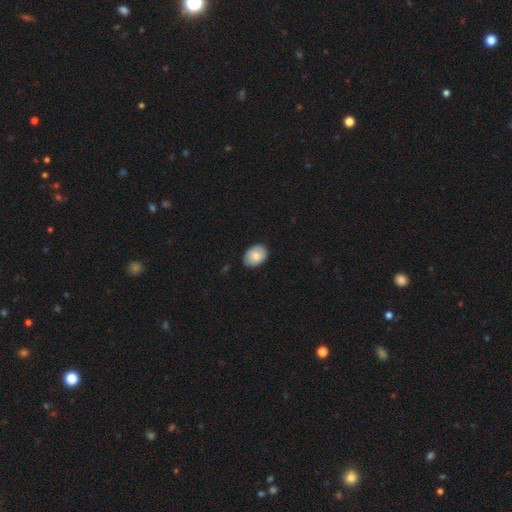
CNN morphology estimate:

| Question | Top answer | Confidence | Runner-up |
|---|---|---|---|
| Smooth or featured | smooth | 84% | featured or disk (9%) |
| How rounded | in between | 75% | round (24%) |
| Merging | none | 82% | minor disturbance (15%) |